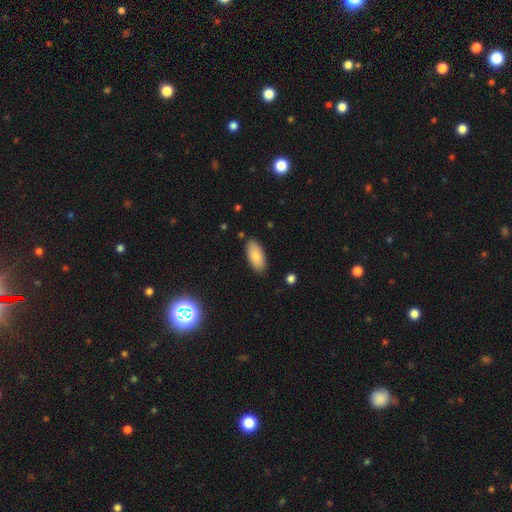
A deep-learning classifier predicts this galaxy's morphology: Smooth or featured? Predicted: smooth (p=0.82). How rounded? Predicted: in between (p=0.90). Merging? Predicted: none (p=0.86).